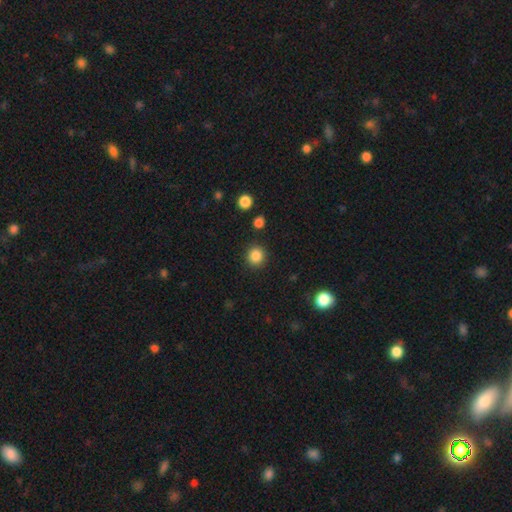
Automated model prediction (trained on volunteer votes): Q: Smooth or featured?
A: smooth (85%); runner-up: star or artifact (11%)
Q: How rounded?
A: round (92%); runner-up: in between (7%)
Q: Merging?
A: none (90%); runner-up: minor disturbance (6%)